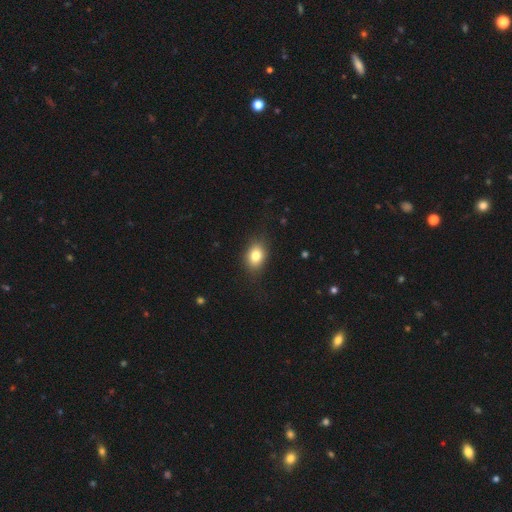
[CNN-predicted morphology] Smooth or featured? Predicted: smooth (p=0.80). How rounded? Predicted: in between (p=0.71). Merging? Predicted: none (p=0.82).